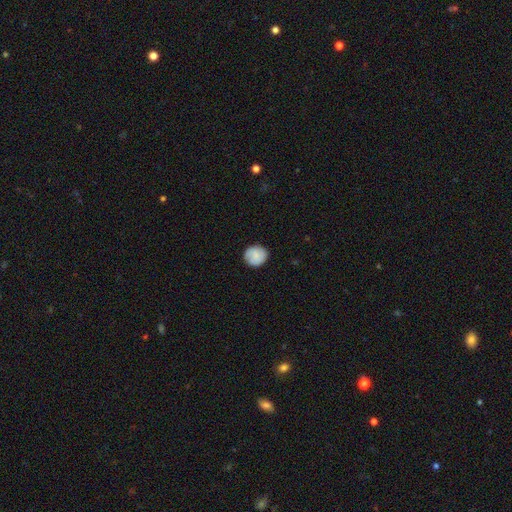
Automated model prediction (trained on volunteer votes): Smooth or featured? Predicted: smooth (p=0.80). How rounded? Predicted: round (p=0.89). Merging? Predicted: none (p=0.87).